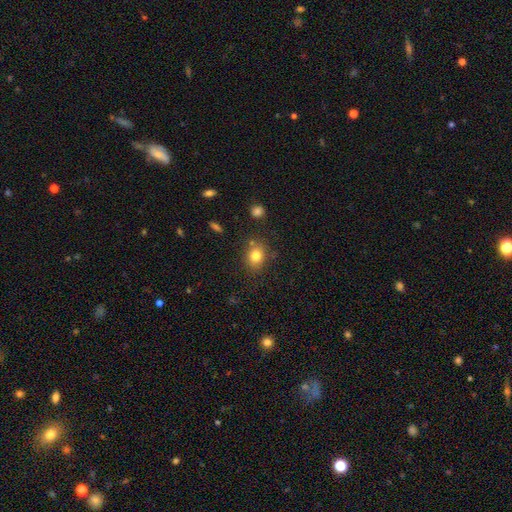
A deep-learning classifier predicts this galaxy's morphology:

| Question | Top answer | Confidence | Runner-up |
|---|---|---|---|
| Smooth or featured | smooth | 81% | star or artifact (11%) |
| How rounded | round | 56% | in between (43%) |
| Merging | none | 78% | minor disturbance (13%) |